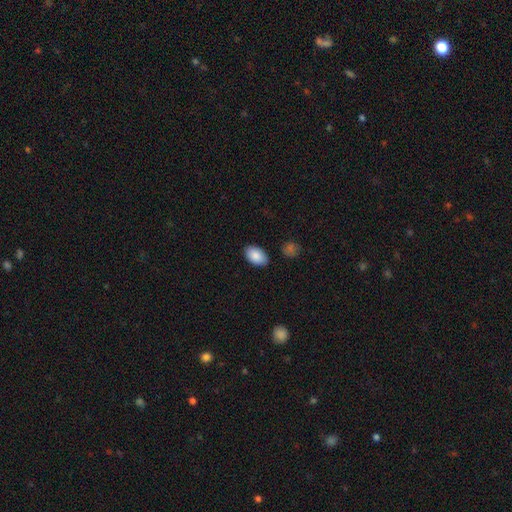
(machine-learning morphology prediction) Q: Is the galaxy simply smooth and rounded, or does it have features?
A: smooth — 88%.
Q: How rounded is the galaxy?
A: in between — 92%.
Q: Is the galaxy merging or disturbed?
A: none — 85%.